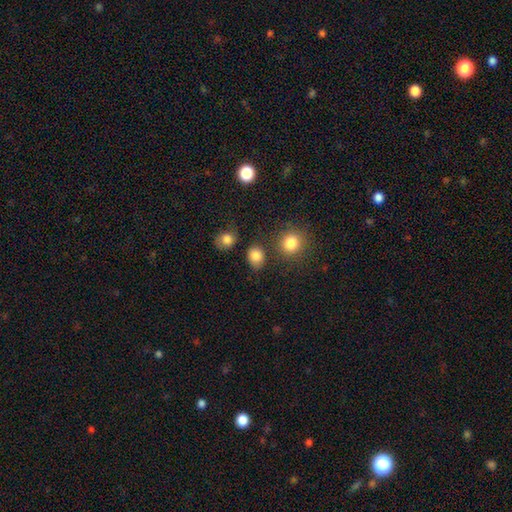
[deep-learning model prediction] Smooth or featured?
  - smooth: 84% *
  - star or artifact: 11%
  - featured or disk: 4%
How rounded?
  - round: 56% *
  - in between: 43%
  - cigar-shaped: 1%
Merging?
  - none: 77% *
  - minor disturbance: 12%
  - merger: 7%
  - major disturbance: 4%